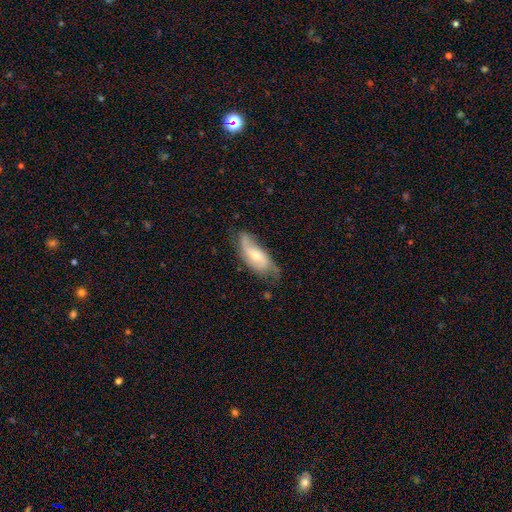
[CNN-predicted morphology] featured or disk 57%, smooth 37%, star or artifact 6%. Down the decision tree: edge-on disk — no (89%); bar — no (59%); spiral arms — yes (84%); bulge size — moderate (48%); merging — none (52%).